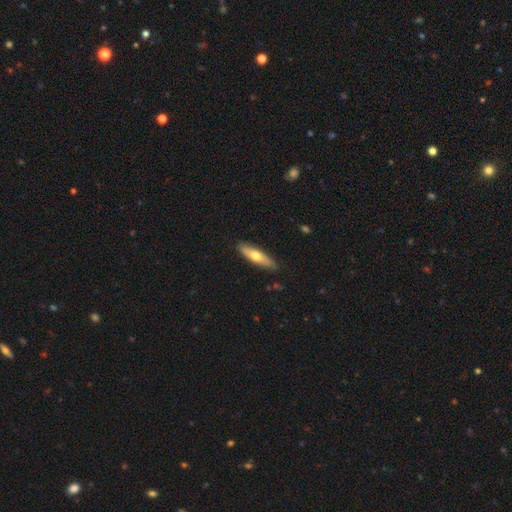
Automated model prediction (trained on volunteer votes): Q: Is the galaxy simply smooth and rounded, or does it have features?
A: smooth — 57%.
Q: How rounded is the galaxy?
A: cigar-shaped — 70%.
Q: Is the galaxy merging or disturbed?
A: none — 86%.